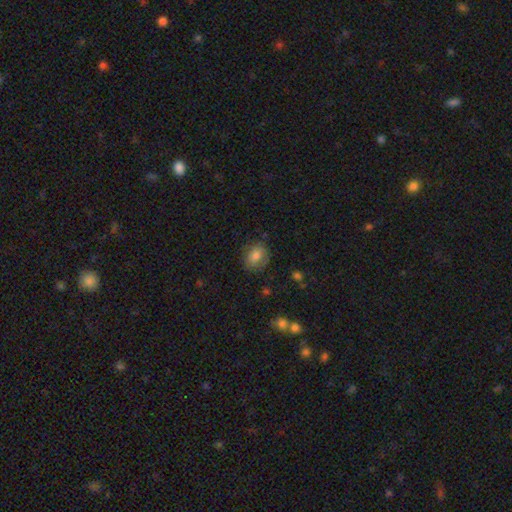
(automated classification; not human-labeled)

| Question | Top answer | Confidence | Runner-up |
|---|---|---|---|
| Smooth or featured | smooth | 72% | featured or disk (19%) |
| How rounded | round | 51% | in between (48%) |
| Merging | none | 74% | minor disturbance (19%) |